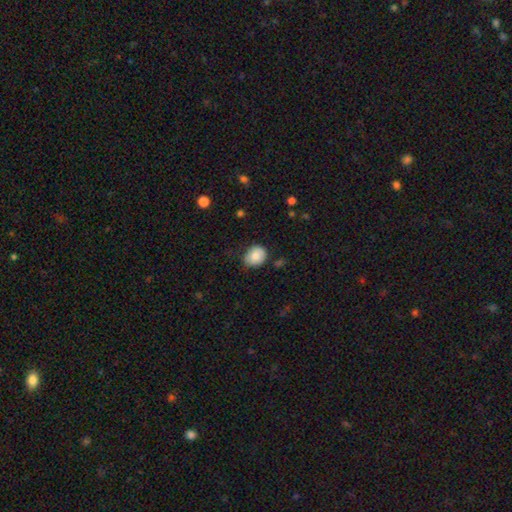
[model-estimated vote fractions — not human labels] Smooth or featured? Predicted: smooth (p=0.81). How rounded? Predicted: round (p=0.56). Merging? Predicted: none (p=0.69).